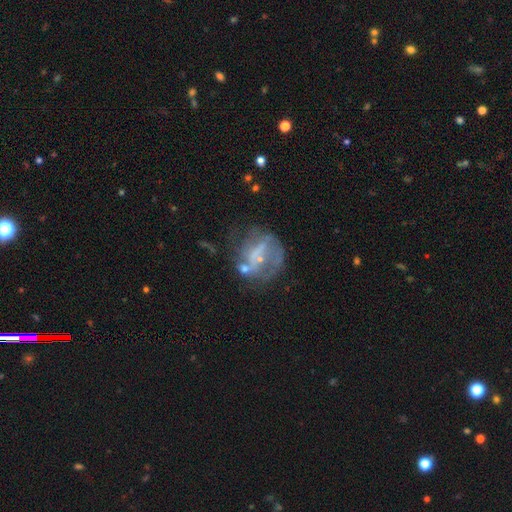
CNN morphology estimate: A featured or disk galaxy (61%) with no bar (50%), no spiral arms (60%) and a small central bulge (53%).

Vote fractions:
- Smooth or featured? featured or disk: 61% / smooth: 25% / star or artifact: 13%
- Edge-on disk? no: 96% / yes: 4%
- Bar? no: 50% / weak: 35% / strong: 15%
- Spiral arms? no: 60% / yes: 40%
- Bulge size? small: 53% / none: 30% / moderate: 15% / large: 2% / dominant: 1%
- Merging? none: 40% / major disturbance: 27% / minor disturbance: 21% / merger: 13%